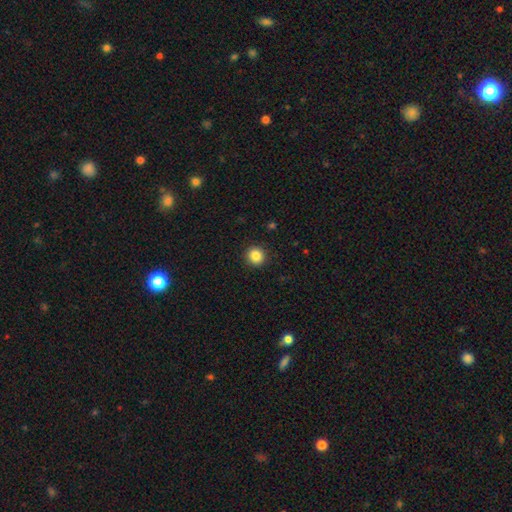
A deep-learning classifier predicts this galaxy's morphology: A smooth galaxy with no disk features (86%) that is round (91%). Merging: none (92%).